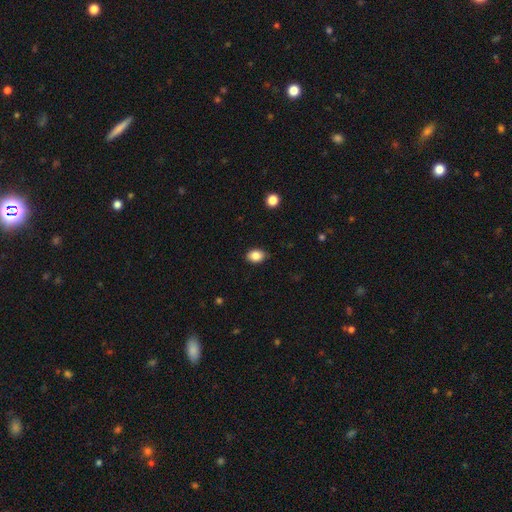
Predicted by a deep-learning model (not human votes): This is clearly a smooth galaxy (86%). How rounded: likely in between (74%). Merging: clearly none (85%).